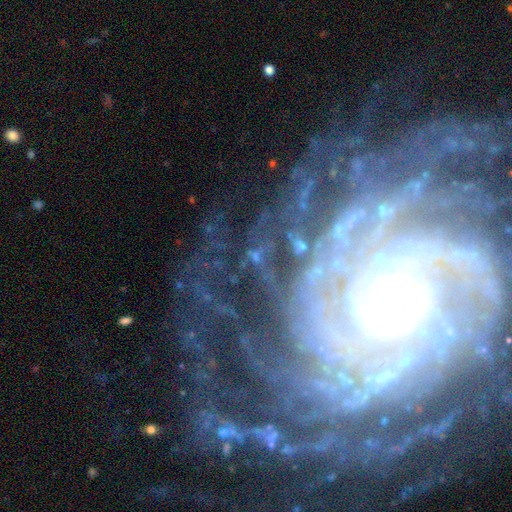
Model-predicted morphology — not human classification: smooth-or-featured: featured or disk: 52% | star or artifact: 35% | smooth: 13%
  disk-edge-on: no: 93% | yes: 7%
  merging: none: 56% | major disturbance: 18% | minor disturbance: 17% | merger: 8%